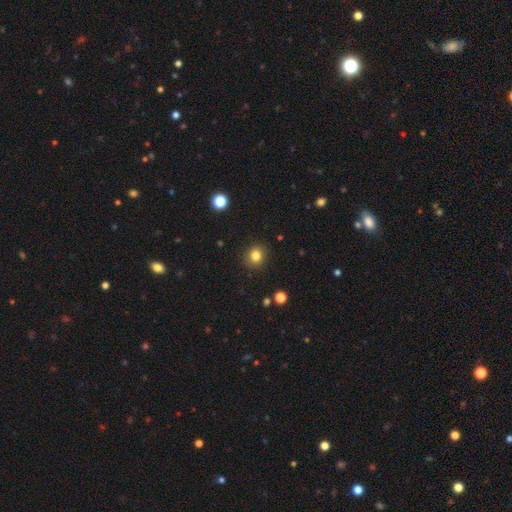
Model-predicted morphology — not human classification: Overall: smooth (83%). How rounded: round (83%). Merging: none (90%).